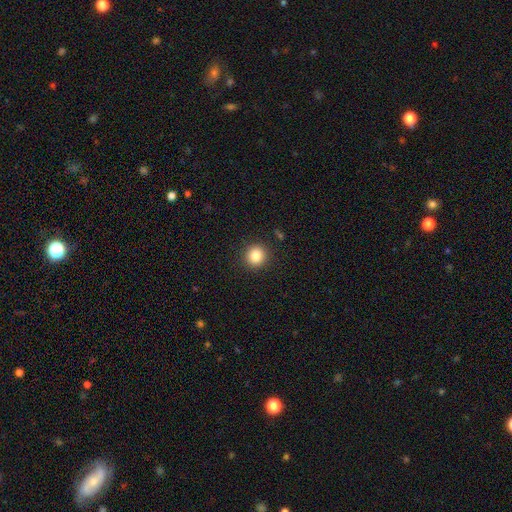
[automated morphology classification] Smooth or featured? Predicted: smooth (p=0.84). How rounded? Predicted: round (p=0.92). Merging? Predicted: none (p=0.91).